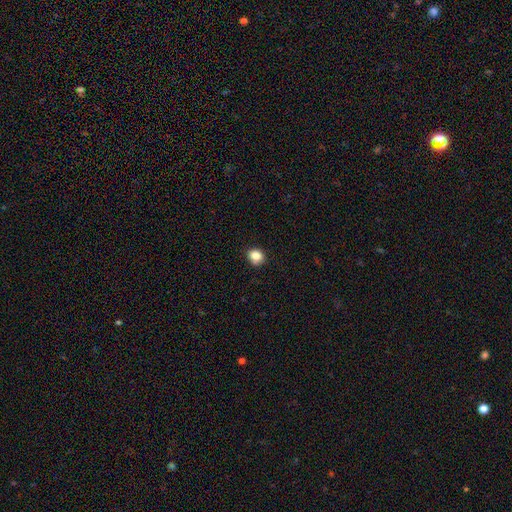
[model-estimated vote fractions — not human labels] Overall: smooth (84%). How rounded: round (65%; in between 34%). Merging: none (79%).